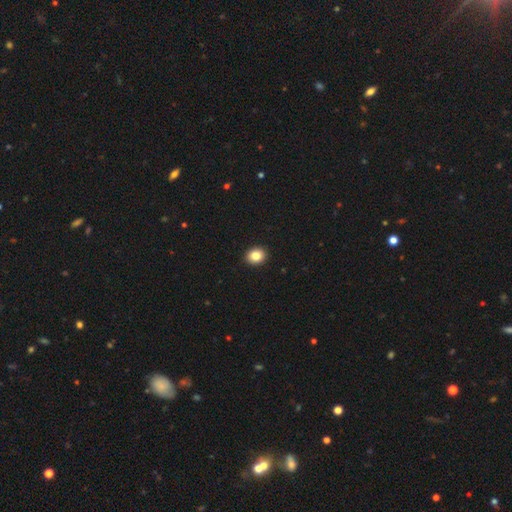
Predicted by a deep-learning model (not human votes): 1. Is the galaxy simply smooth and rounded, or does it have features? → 84% smooth, 10% star or artifact, 6% featured or disk.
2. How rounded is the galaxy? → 61% round, 39% in between, 1% cigar-shaped.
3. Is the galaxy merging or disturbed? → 93% none, 5% minor disturbance, 1% major disturbance, 1% merger.